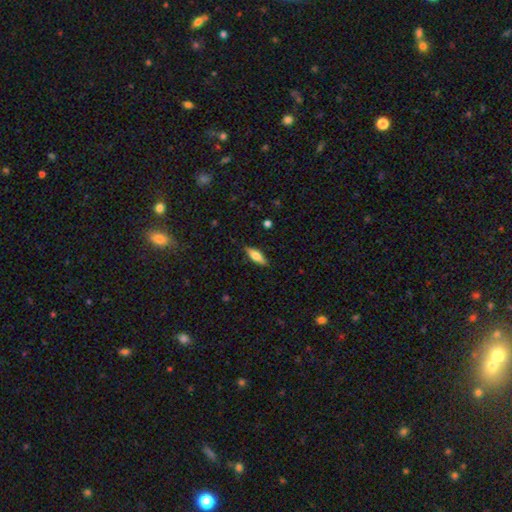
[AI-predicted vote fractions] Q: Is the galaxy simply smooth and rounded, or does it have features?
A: smooth — 59%.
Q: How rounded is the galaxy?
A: in between — 52%.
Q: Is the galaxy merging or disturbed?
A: none — 87%.